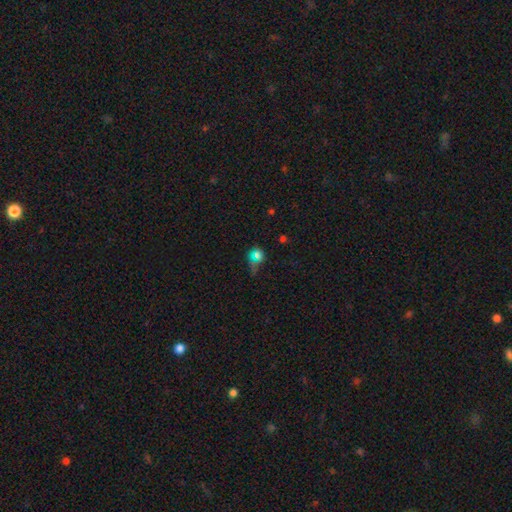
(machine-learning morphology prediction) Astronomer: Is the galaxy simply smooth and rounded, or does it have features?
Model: smooth — 56%.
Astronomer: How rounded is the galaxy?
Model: round — 59% (runner-up: in between, 38%).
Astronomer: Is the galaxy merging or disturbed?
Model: none — 42% (runner-up: major disturbance, 24%).